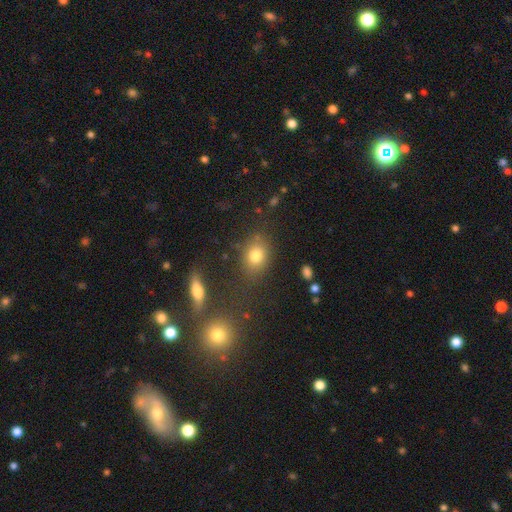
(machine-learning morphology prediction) Smooth or featured?
  - smooth: 77% *
  - star or artifact: 13%
  - featured or disk: 10%
How rounded?
  - in between: 58% *
  - round: 40%
  - cigar-shaped: 2%
Merging?
  - none: 77% *
  - minor disturbance: 13%
  - merger: 5%
  - major disturbance: 5%